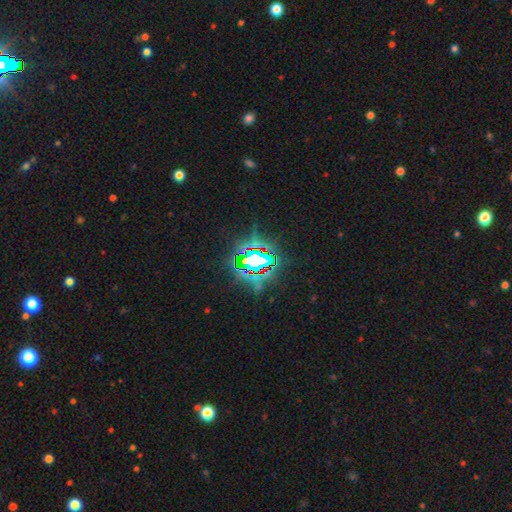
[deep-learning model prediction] star or artifact 76%, featured or disk 12%, smooth 12%.